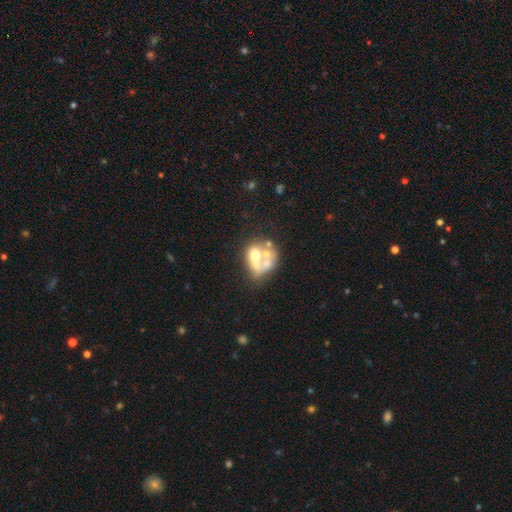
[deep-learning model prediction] Q: Smooth or featured?
A: featured or disk (51%); runner-up: smooth (38%)
Q: Edge-on disk?
A: no (98%); runner-up: yes (2%)
Q: Merging?
A: merger (50%); runner-up: none (21%)